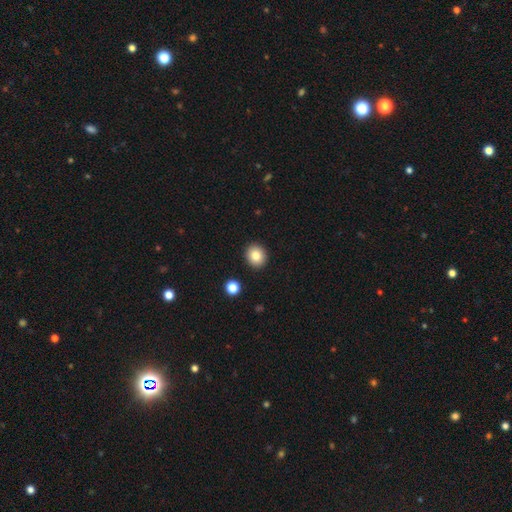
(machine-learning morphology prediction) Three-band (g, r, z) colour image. It shows a smooth galaxy with no disk features (84%) that is round (82%). Merging: none (91%).